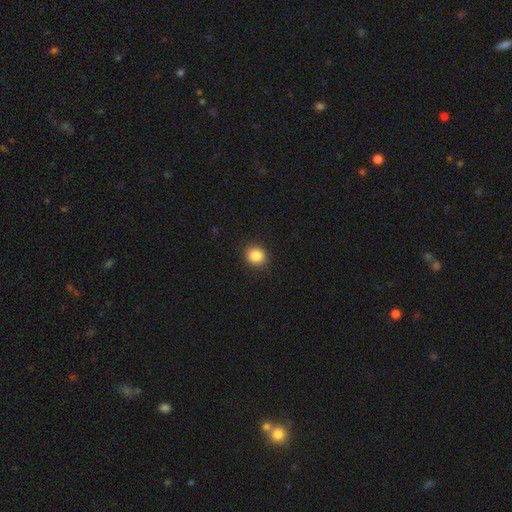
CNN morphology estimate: The model was most divided on "how rounded": round: 81%, in between: 18%, cigar-shaped: 1%. More confident: merging — none (90%); smooth or featured — smooth (86%).